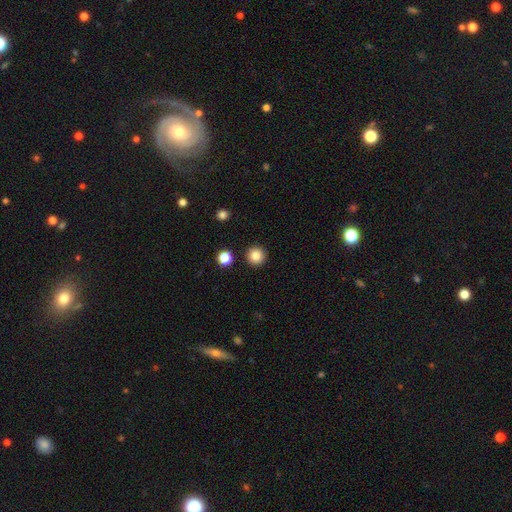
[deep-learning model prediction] Smooth or featured? smooth (84%)
How rounded? round (96%)
Merging? none (92%)